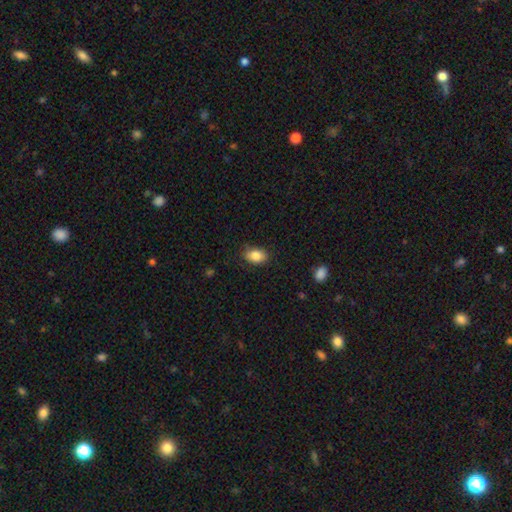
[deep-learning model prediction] A smooth galaxy with no disk features (86%) that is in between round and cigar-shaped (85%). Merging: none (83%).